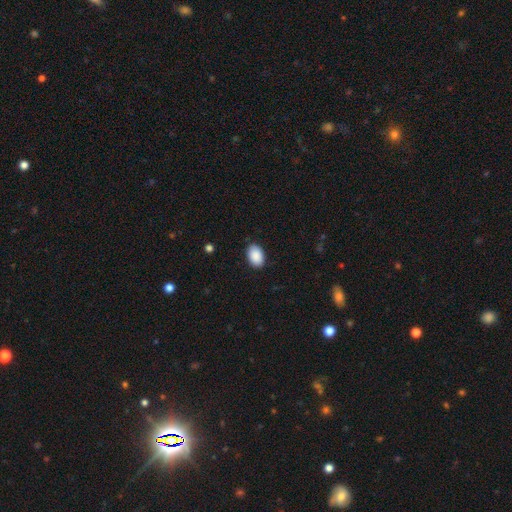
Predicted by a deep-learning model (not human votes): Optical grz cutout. It shows a smooth galaxy with no disk features (90%) that is in between round and cigar-shaped (87%). Merging: none (88%).